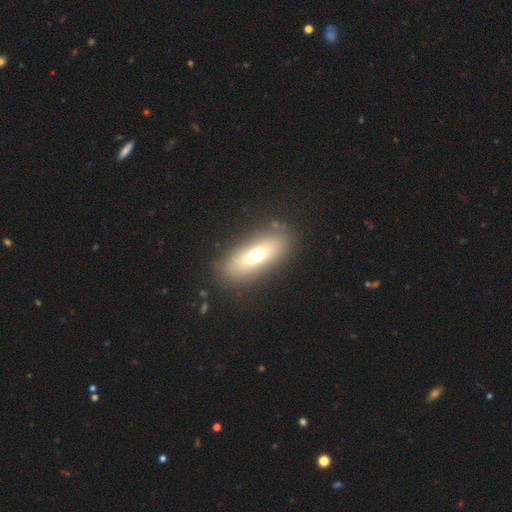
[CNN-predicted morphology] The model was most divided on "smooth or featured": smooth: 62%, featured or disk: 27%, star or artifact: 11%. More confident: merging — none (84%); how rounded — in between (73%).